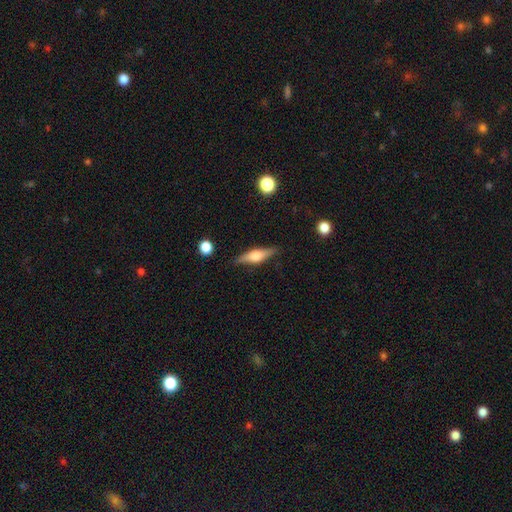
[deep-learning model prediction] This is possibly a featured or disk galaxy (56%). It is clearly viewed edge-on (94%). Edge-on bulge: clearly rounded (89%). Merging: clearly none (86%).